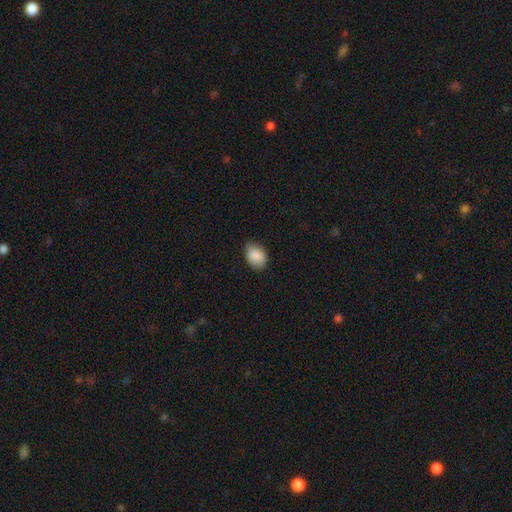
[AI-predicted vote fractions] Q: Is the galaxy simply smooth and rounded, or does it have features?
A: smooth — 89%.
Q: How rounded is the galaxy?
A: in between — 78%.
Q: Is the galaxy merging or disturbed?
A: none — 77%.